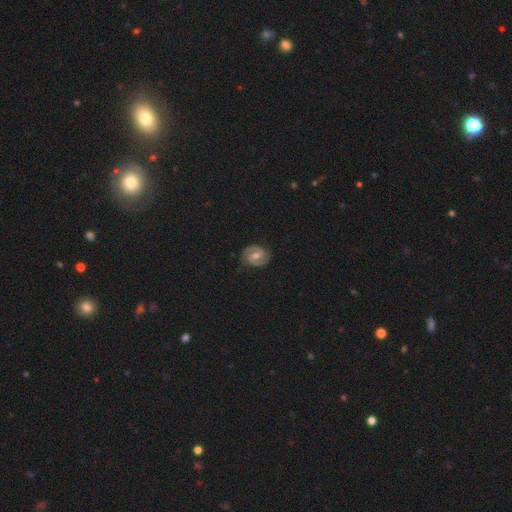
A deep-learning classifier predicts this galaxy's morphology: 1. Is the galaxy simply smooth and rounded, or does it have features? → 85% featured or disk, 8% smooth, 6% star or artifact.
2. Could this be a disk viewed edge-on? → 98% no, 2% yes.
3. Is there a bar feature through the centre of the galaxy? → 53% weak, 25% no, 23% strong.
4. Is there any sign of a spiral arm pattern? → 97% yes, 3% no.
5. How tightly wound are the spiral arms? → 47% medium, 44% tight, 9% loose.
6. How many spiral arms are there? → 93% 2, 3% can't tell, 1% 3, 1% 1, 1% 4, 1% more than 4.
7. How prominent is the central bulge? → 62% moderate, 31% small, 3% large, 2% none, 1% dominant.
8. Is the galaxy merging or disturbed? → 85% none, 11% minor disturbance, 3% major disturbance, 1% merger.